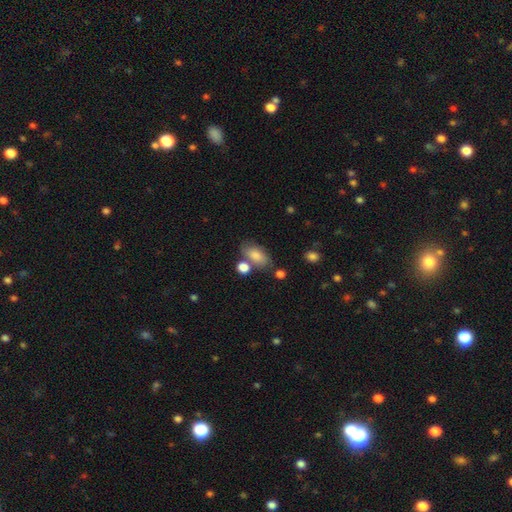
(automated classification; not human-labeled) This is clearly a smooth galaxy (81%). How rounded: clearly in between (89%). Merging: likely none (61%).